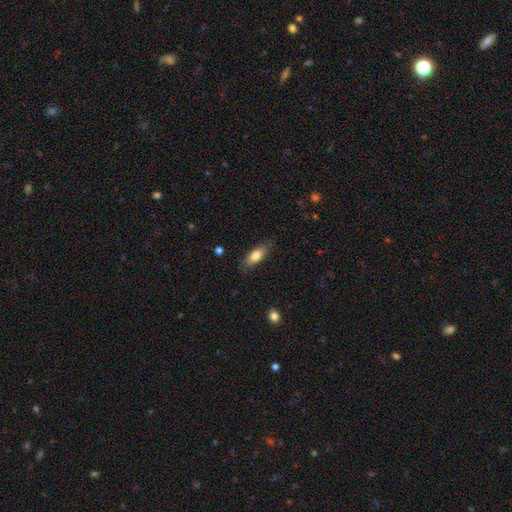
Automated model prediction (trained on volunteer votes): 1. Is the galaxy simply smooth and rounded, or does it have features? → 79% smooth, 15% featured or disk, 7% star or artifact.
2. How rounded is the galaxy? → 74% in between, 24% cigar-shaped, 3% round.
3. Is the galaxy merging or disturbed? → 81% none, 14% minor disturbance, 3% major disturbance, 1% merger.